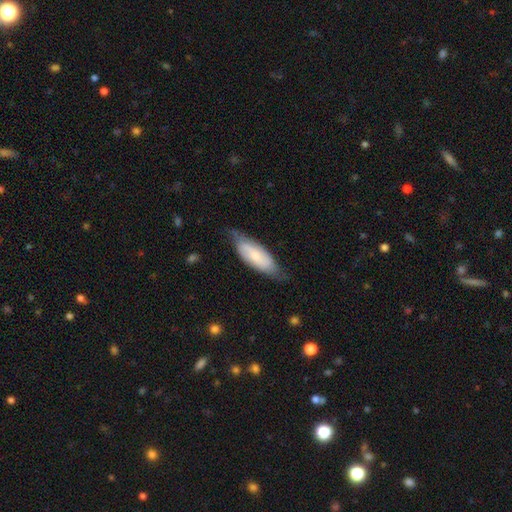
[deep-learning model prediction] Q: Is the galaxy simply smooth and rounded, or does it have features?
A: smooth — 51%.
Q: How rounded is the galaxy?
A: in between — 71%.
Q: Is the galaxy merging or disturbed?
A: none — 61%.